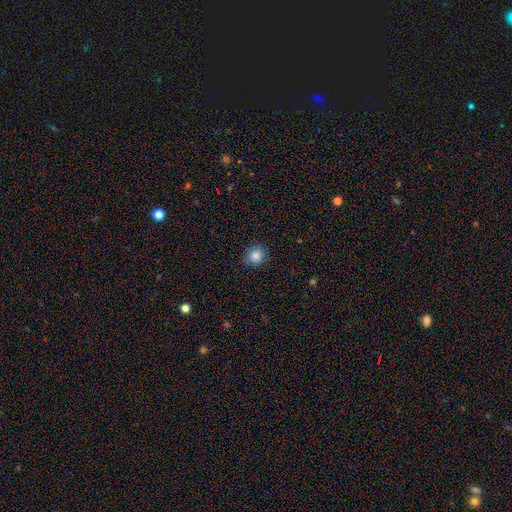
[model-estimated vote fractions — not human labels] This is clearly a smooth galaxy (85%). How rounded: likely round (75%). Merging: clearly none (82%).